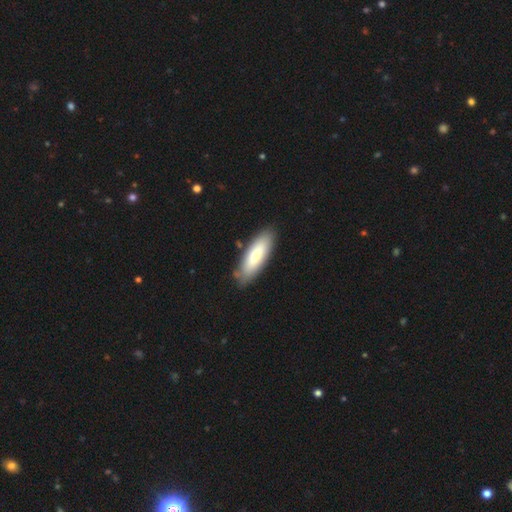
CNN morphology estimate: Smooth or featured: smooth — 71% (featured or disk — 23%)
How rounded: in between — 59% (cigar-shaped — 40%)
Merging: none — 83% (minor disturbance — 12%)